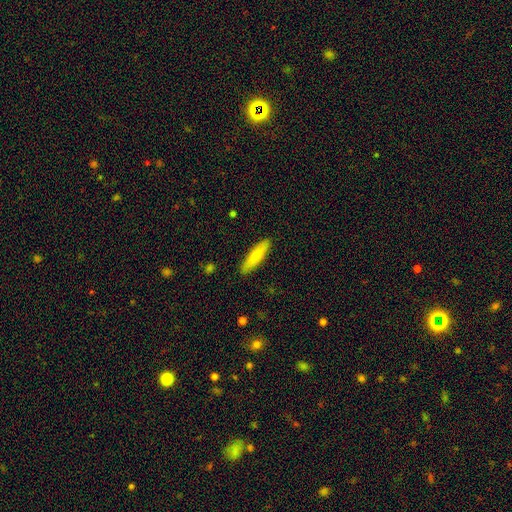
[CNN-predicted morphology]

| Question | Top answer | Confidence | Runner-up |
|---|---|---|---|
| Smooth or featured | smooth | 74% | featured or disk (20%) |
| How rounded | cigar-shaped | 74% | in between (24%) |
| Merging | none | 90% | minor disturbance (8%) |